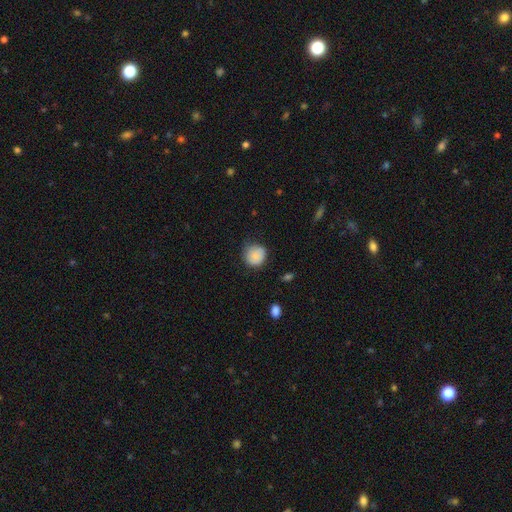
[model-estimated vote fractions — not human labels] Q: Smooth or featured?
A: smooth (85%); runner-up: featured or disk (8%)
Q: How rounded?
A: round (89%); runner-up: in between (10%)
Q: Merging?
A: none (65%); runner-up: minor disturbance (28%)